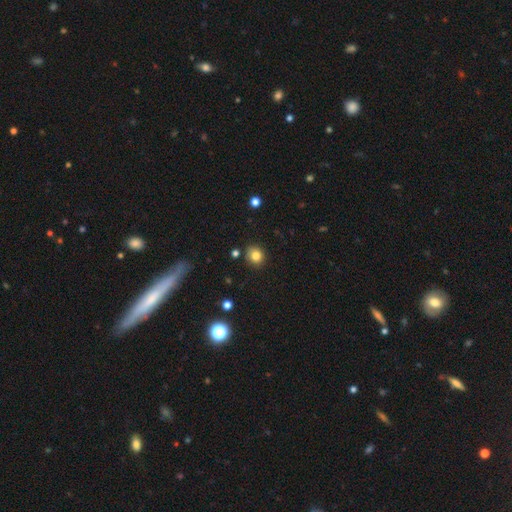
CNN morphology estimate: This is clearly a smooth galaxy (81%). How rounded: clearly round (82%). Merging: clearly none (84%).